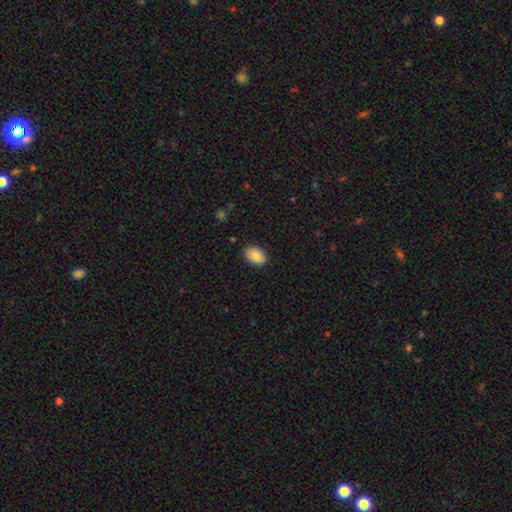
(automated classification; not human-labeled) Q: Smooth or featured?
A: smooth (86%); runner-up: featured or disk (8%)
Q: How rounded?
A: in between (91%); runner-up: round (8%)
Q: Merging?
A: none (87%); runner-up: minor disturbance (10%)